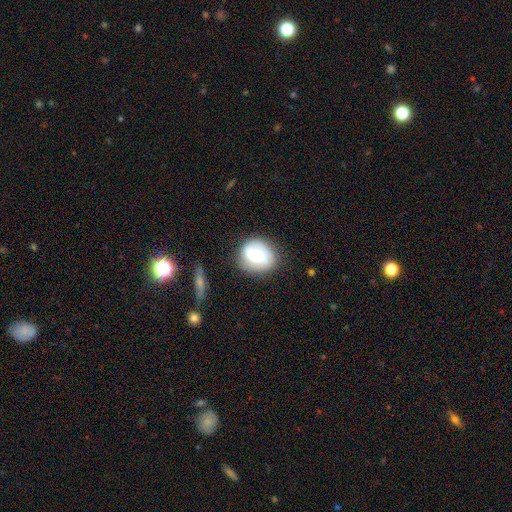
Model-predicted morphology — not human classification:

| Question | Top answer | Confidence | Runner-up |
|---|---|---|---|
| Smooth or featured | smooth | 50% | featured or disk (42%) |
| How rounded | round | 73% | in between (26%) |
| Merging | none | 71% | minor disturbance (19%) |